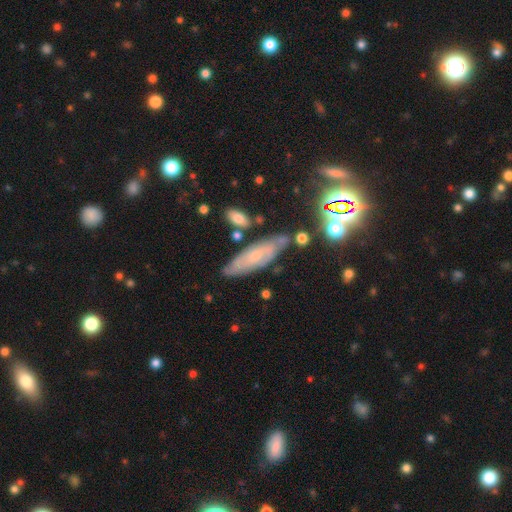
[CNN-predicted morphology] featured or disk 54%, smooth 32%, star or artifact 14%. Down the decision tree: edge-on disk — no (75%); merging — none (70%).